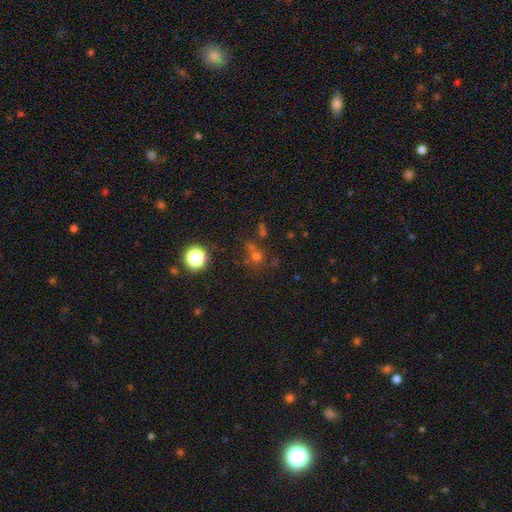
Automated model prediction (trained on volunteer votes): Smooth or featured: smooth — 47% (star or artifact — 39%)
Merging: none — 59% (merger — 18%)